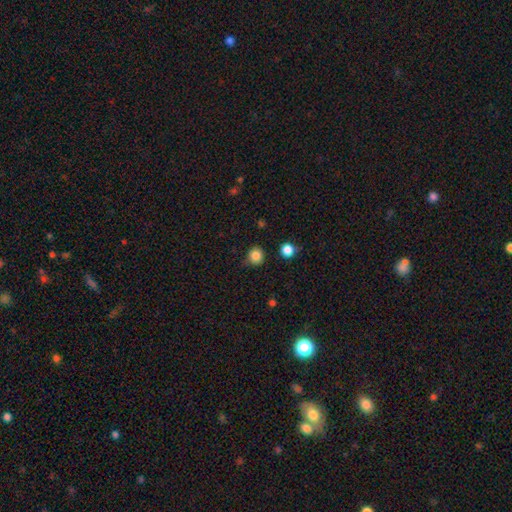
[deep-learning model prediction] The model was most divided on "merging": none: 79%, minor disturbance: 15%, major disturbance: 3%, merger: 3%. More confident: how rounded — round (91%); smooth or featured — smooth (84%).